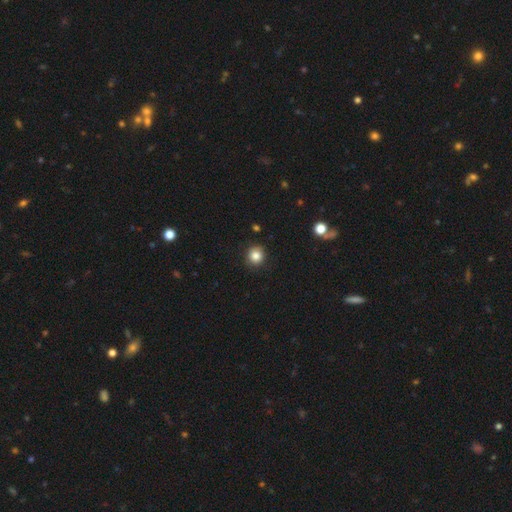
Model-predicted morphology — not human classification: Smooth or featured? smooth (84%)
How rounded? round (90%)
Merging? none (89%)